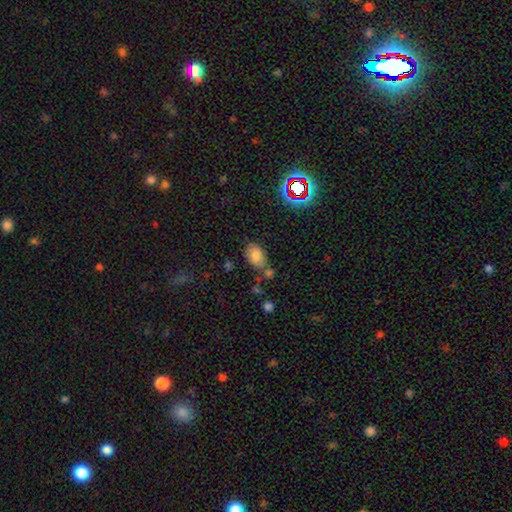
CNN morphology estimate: This appears to be a smooth galaxy with no disk features (79%) that is in between round and cigar-shaped (87%). Merging: none (59%).